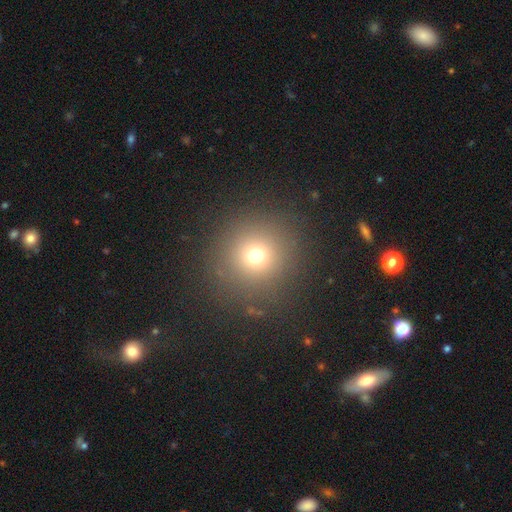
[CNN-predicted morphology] The model was most divided on "smooth or featured": smooth: 70%, star or artifact: 20%, featured or disk: 10%. More confident: how rounded — round (94%); merging — none (87%).